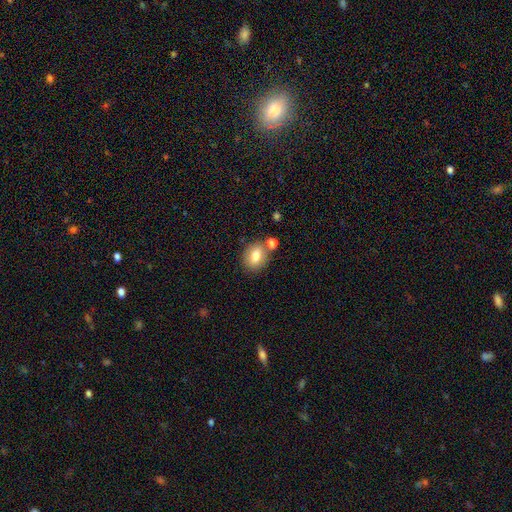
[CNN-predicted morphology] Overall: smooth (76%). How rounded: in between (61%; round 38%). Merging: none (71%).